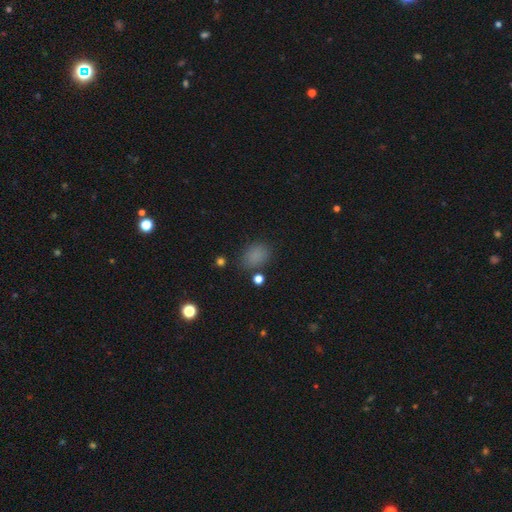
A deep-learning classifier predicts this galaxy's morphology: This appears to be a smooth galaxy with no disk features (79%) that is in between round and cigar-shaped (68%). Merging: none (78%).